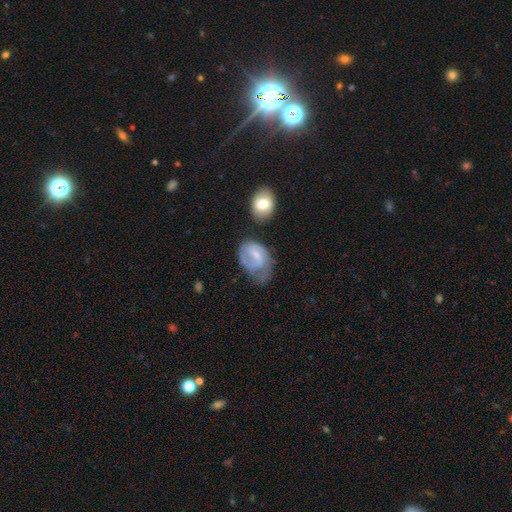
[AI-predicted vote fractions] Overall: featured or disk (64%; smooth 29%). Edge-on disk: no (97%). Bar: weak (56%; no 25%). Spiral arms: yes (82%). Spiral arm count: 2 (56%; 1 21%). Spiral winding: medium (44%; tight 32%). Bulge size: small (55%; moderate 24%). Merging: none (37%; minor disturbance 30%).